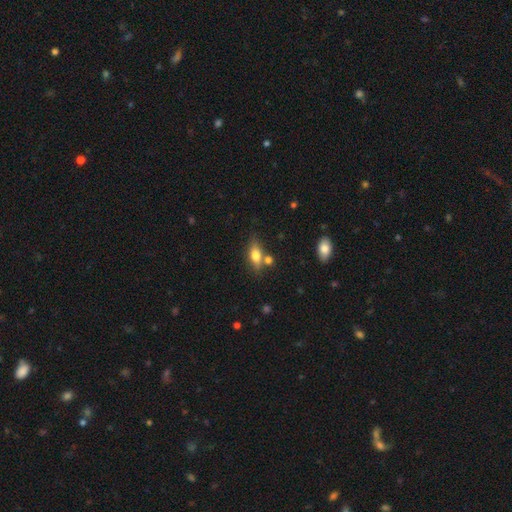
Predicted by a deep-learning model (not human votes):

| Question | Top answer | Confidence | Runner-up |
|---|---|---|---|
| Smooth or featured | smooth | 68% | featured or disk (24%) |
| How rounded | in between | 71% | cigar-shaped (23%) |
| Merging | none | 65% | merger (17%) |